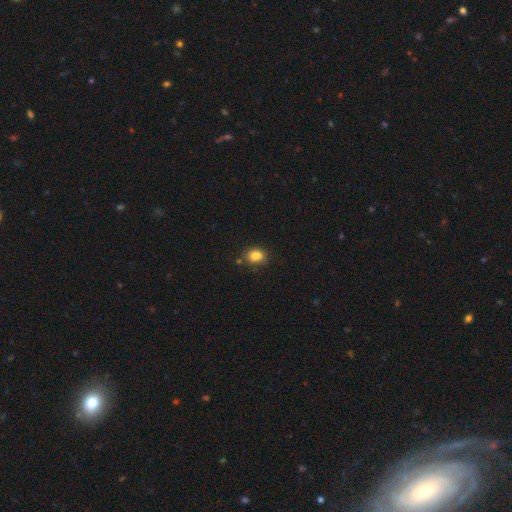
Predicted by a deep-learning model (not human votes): Smooth or featured? smooth (84%)
How rounded? in between (67%)
Merging? none (68%)